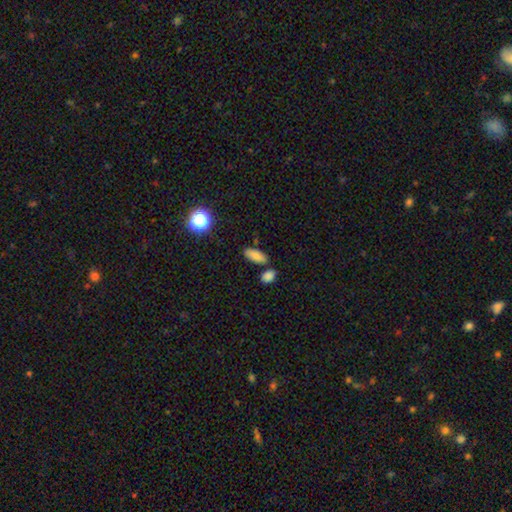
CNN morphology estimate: Smooth or featured? smooth (82%)
How rounded? in between (81%)
Merging? none (76%)